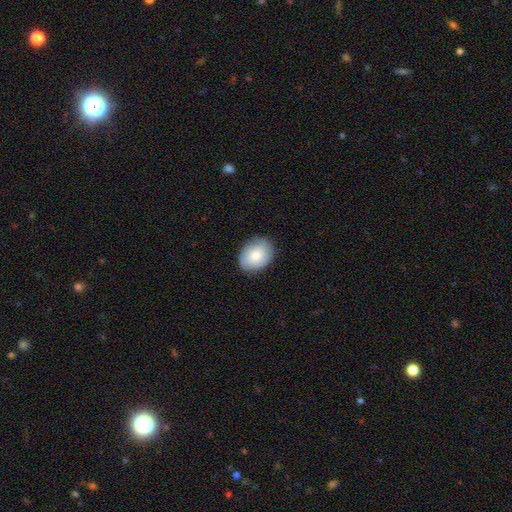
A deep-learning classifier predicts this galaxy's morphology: A smooth galaxy with no disk features (81%) that is in between round and cigar-shaped (70%).

Vote fractions:
- Smooth or featured? smooth: 81% / featured or disk: 13% / star or artifact: 6%
- How rounded? in between: 70% / round: 29% / cigar-shaped: 1%
- Merging? none: 84% / minor disturbance: 13% / major disturbance: 3% / merger: 1%